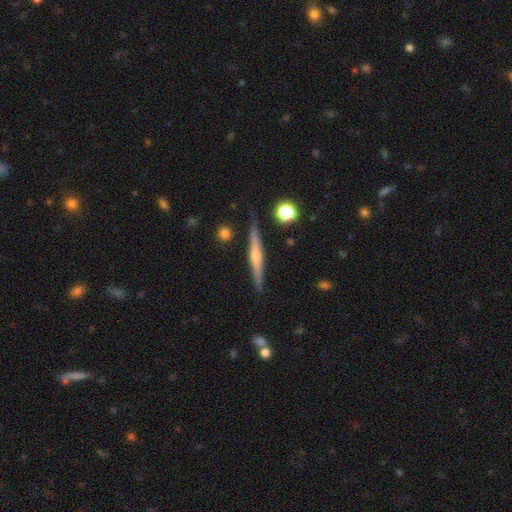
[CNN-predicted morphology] Smooth or featured: featured or disk — 67% (smooth — 27%)
Edge-on disk: yes — 98% (no — 2%)
Edge-on bulge: rounded — 77% (none — 17%)
Merging: none — 88% (minor disturbance — 9%)